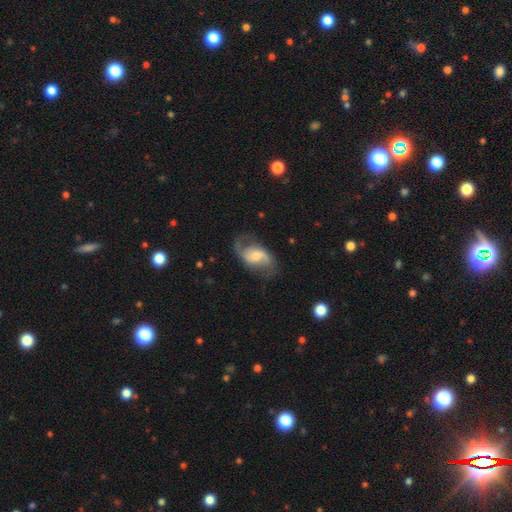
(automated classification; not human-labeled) Q: Smooth or featured?
A: featured or disk (76%); runner-up: smooth (18%)
Q: Edge-on disk?
A: no (96%); runner-up: yes (4%)
Q: Bar?
A: no (48%); runner-up: weak (41%)
Q: Spiral arms?
A: yes (92%); runner-up: no (8%)
Q: Spiral winding?
A: loose (50%); runner-up: medium (39%)
Q: Spiral arm count?
A: 2 (85%); runner-up: can't tell (6%)
Q: Bulge size?
A: moderate (50%); runner-up: small (41%)
Q: Merging?
A: none (65%); runner-up: minor disturbance (20%)